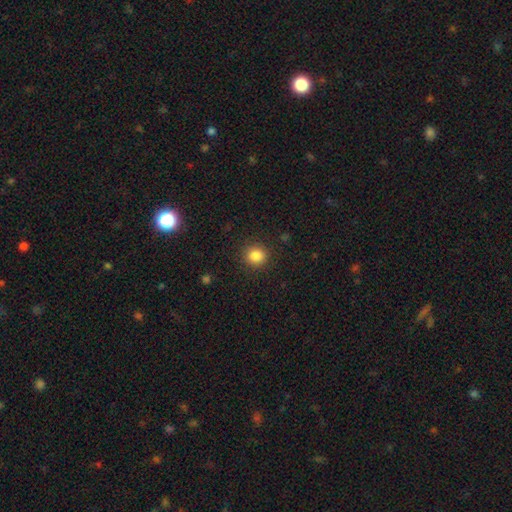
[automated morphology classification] This appears to be a smooth galaxy with no disk features (85%) that is round (86%). Merging: none (89%).